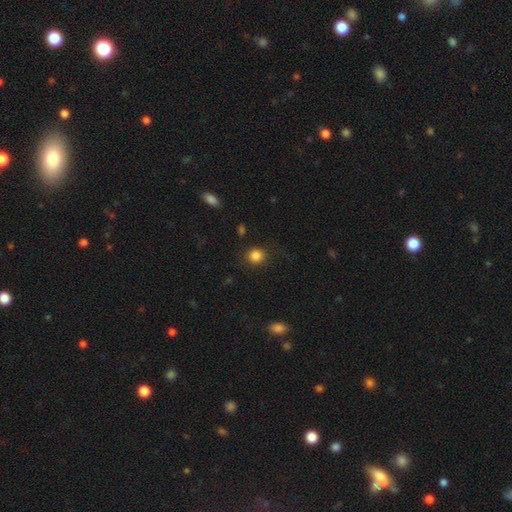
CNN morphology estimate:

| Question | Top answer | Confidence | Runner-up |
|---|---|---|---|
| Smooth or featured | smooth | 85% | star or artifact (11%) |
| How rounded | round | 87% | in between (12%) |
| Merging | none | 86% | minor disturbance (9%) |